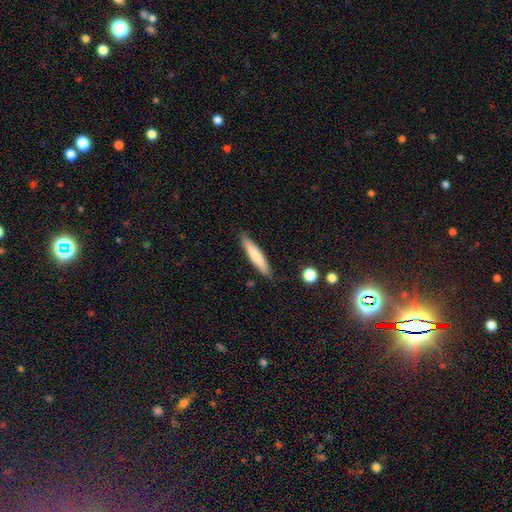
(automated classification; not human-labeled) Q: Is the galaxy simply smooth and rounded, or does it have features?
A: smooth — 70%.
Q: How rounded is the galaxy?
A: cigar-shaped — 90%.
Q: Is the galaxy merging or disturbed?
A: none — 86%.